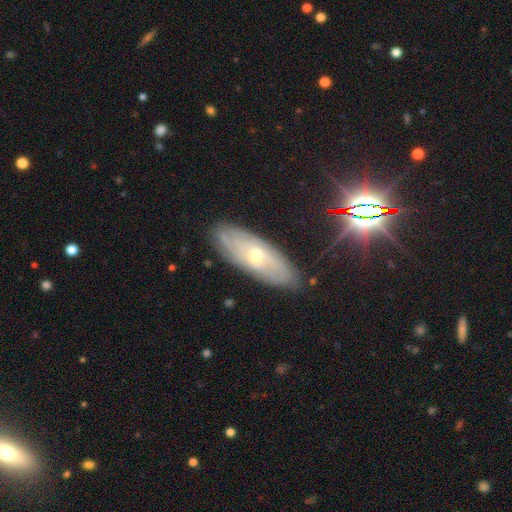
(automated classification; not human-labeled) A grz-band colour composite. It shows a featured or disk galaxy (67%) with no bar (64%), spiral arms (78%) and a small central bulge (50%). Merging: none (83%).